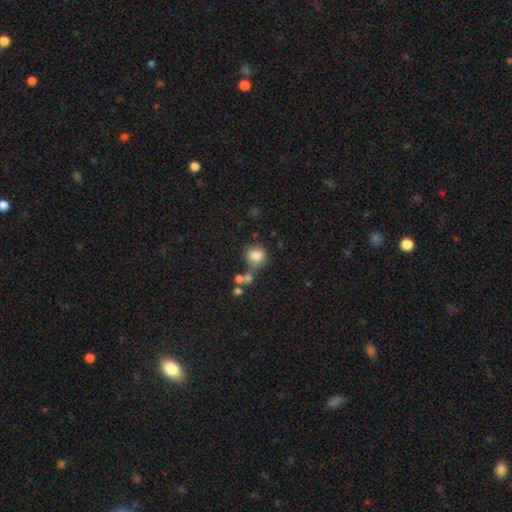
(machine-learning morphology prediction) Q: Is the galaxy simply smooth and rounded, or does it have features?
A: smooth — 82%.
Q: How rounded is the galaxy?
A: round — 84%.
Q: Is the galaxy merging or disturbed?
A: none — 60%.